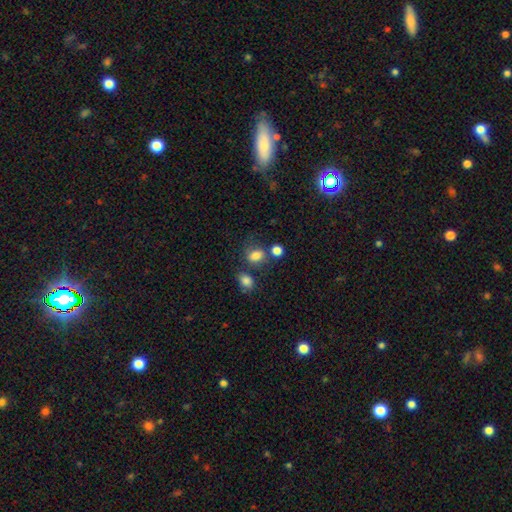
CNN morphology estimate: type=smooth (80%); roundness=in between (59%); merging=none (55%).